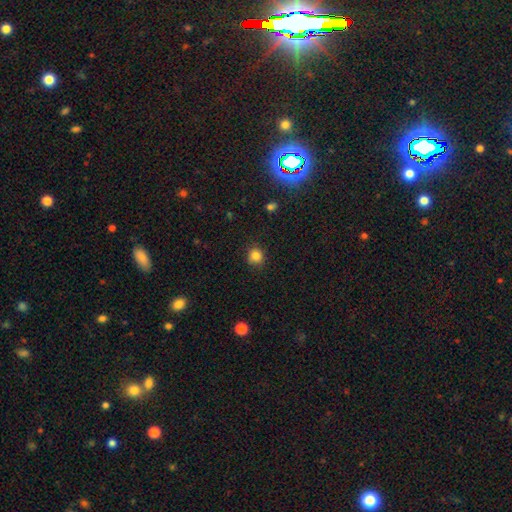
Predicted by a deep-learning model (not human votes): smooth_or_featured: smooth (p=0.84) [alt: star or artifact p=0.12]
how_rounded: round (p=0.88) [alt: in between p=0.11]
merging: none (p=0.86) [alt: minor disturbance p=0.10]